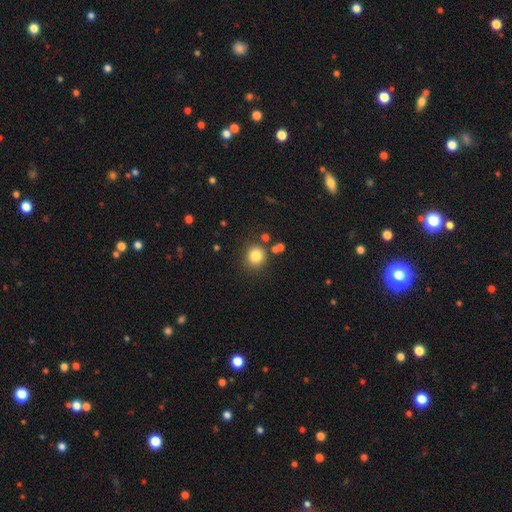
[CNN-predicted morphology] This is clearly a smooth galaxy (82%). How rounded: clearly round (87%). Merging: clearly none (81%).